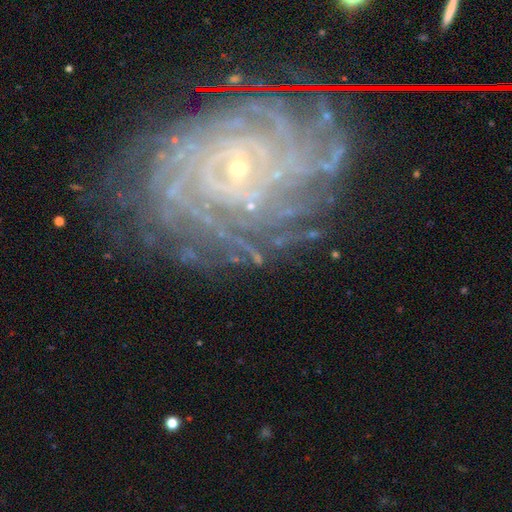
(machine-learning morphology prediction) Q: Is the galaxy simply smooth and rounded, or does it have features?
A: featured or disk — 82%.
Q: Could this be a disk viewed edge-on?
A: no — 96%.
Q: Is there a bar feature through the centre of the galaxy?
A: no — 47%.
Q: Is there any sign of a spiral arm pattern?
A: yes — 97%.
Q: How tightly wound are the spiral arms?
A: tight — 81%.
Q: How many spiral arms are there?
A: more than 4 — 27%.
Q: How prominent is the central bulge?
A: small — 79%.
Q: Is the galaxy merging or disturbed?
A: none — 73%.